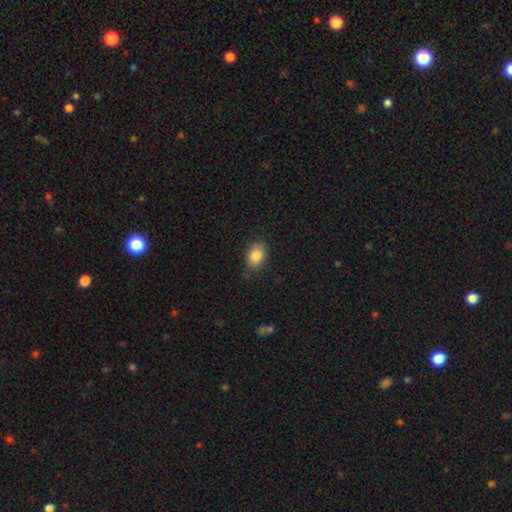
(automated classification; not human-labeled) This appears to be a smooth galaxy with no disk features (85%) that is in between round and cigar-shaped (85%). Merging: none (82%).